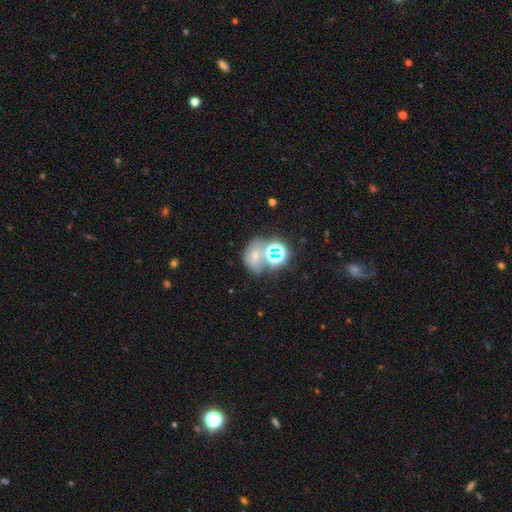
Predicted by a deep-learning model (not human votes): Morphology: type=smooth (42%); merging=none (41%).